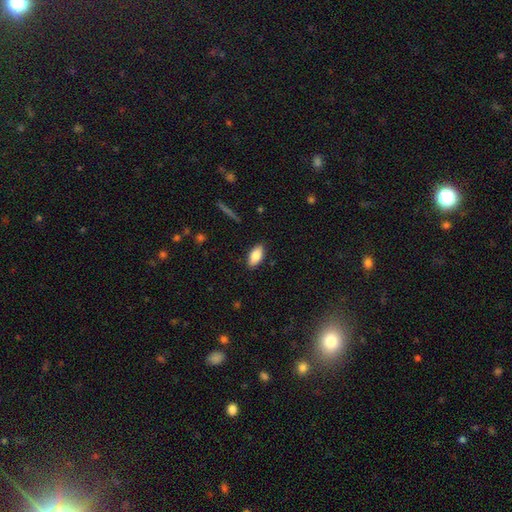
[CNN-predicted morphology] smooth-or-featured: smooth: 81% | featured or disk: 12% | star or artifact: 7%
  how-rounded: in between: 89% | cigar-shaped: 9% | round: 2%
  merging: none: 88% | minor disturbance: 9% | major disturbance: 2% | merger: 1%